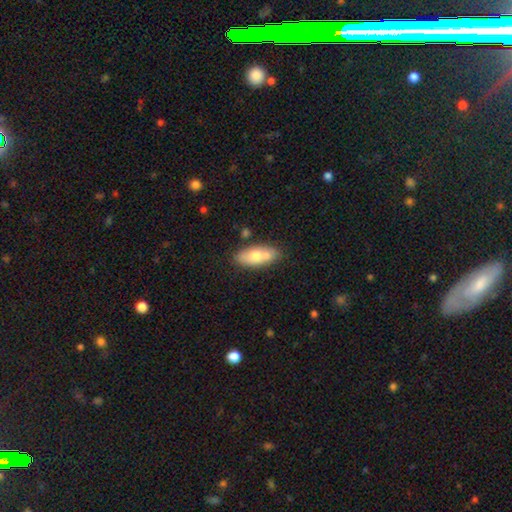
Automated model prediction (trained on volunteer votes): Smooth or featured? smooth (67%)
How rounded? in between (83%)
Merging? none (64%)